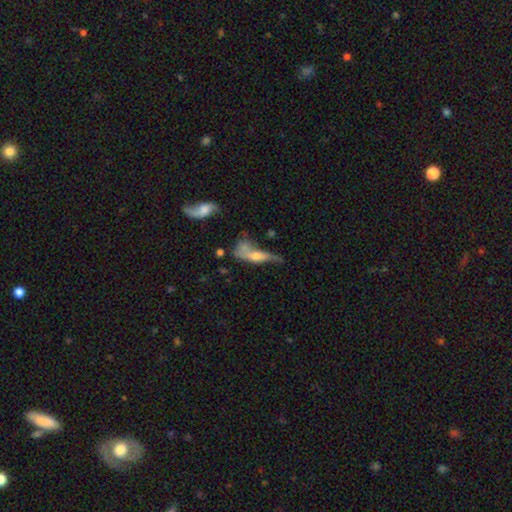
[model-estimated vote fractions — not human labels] Smooth or featured? featured or disk (47%)
Merging? major disturbance (35%)